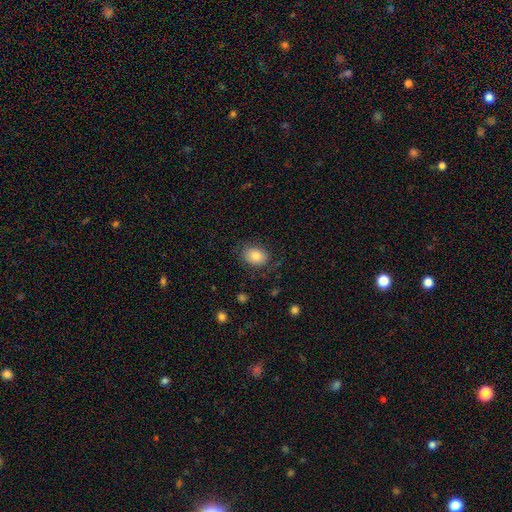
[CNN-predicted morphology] Smooth or featured: smooth — 83% (featured or disk — 9%)
How rounded: in between — 66% (round — 33%)
Merging: none — 79% (minor disturbance — 15%)